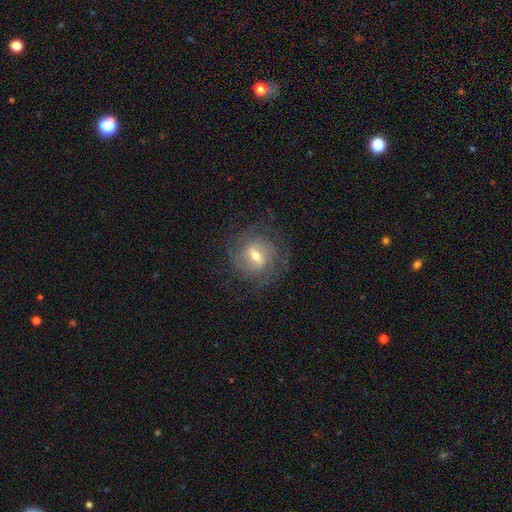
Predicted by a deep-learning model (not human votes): smooth_or_featured: featured or disk (p=0.76) [alt: smooth p=0.16]
disk_edge_on: no (p=0.96) [alt: yes p=0.04]
bar: weak (p=0.52) [alt: strong p=0.26]
has_spiral_arms: yes (p=0.88) [alt: no p=0.12]
spiral_winding: tight (p=0.51) [alt: medium p=0.36]
spiral_arm_count: can't tell (p=0.36) [alt: 2 p=0.33]
bulge_size: moderate (p=0.57) [alt: small p=0.37]
merging: none (p=0.75) [alt: minor disturbance p=0.14]